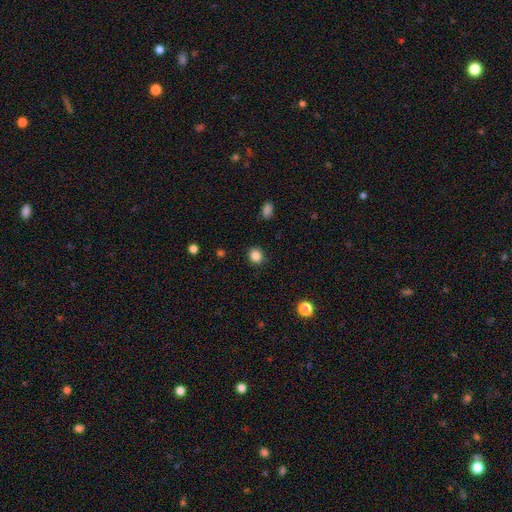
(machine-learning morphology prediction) A smooth galaxy with no disk features (85%) that is round (80%).

Vote fractions:
- Smooth or featured? smooth: 85% / star or artifact: 11% / featured or disk: 4%
- How rounded? round: 80% / in between: 19% / cigar-shaped: 1%
- Merging? none: 90% / minor disturbance: 7% / major disturbance: 2% / merger: 1%